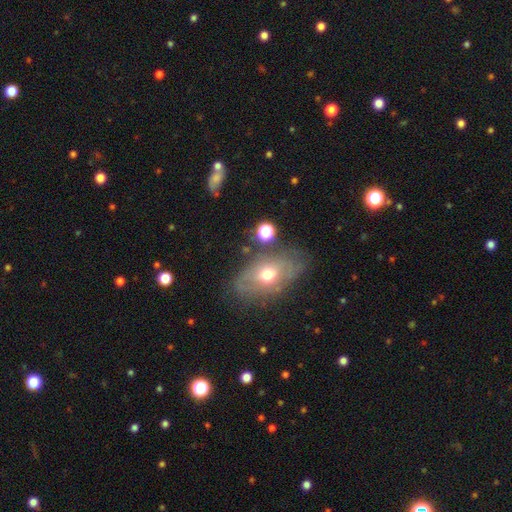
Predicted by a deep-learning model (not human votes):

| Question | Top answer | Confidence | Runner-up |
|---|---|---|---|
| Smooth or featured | smooth | 43% | featured or disk (41%) |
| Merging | none | 78% | minor disturbance (13%) |